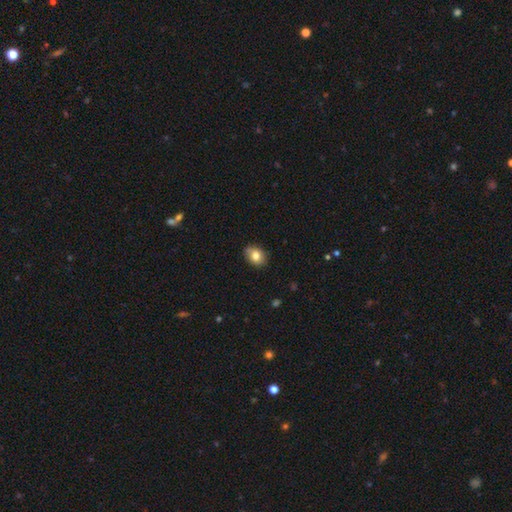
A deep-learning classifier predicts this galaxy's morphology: The model was most divided on "how rounded": in between: 62%, round: 36%, cigar-shaped: 1%. More confident: merging — none (80%); smooth or featured — smooth (80%).